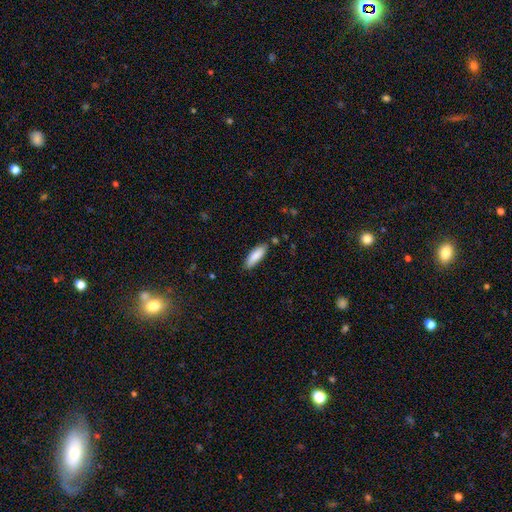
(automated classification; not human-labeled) Smooth or featured? smooth (87%)
How rounded? in between (58%)
Merging? none (83%)